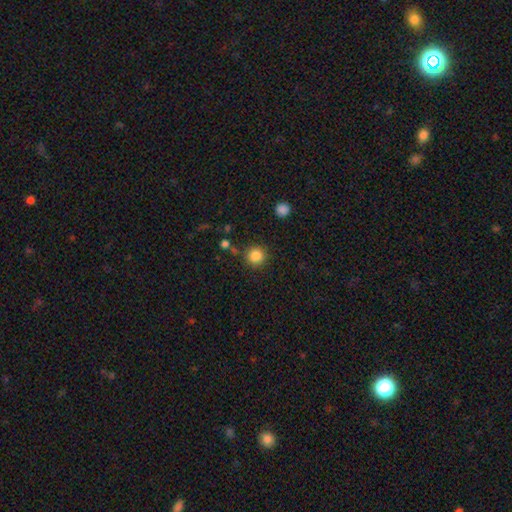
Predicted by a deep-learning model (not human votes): This appears to be a smooth galaxy with no disk features (85%) that is round (94%). Merging: none (86%).